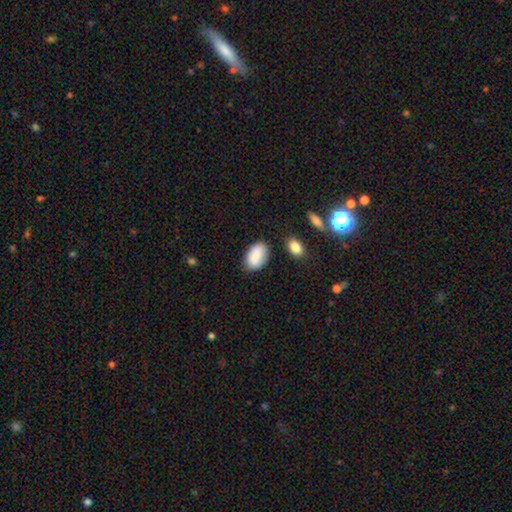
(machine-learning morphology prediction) Smooth or featured?
  - smooth: 86% *
  - star or artifact: 7%
  - featured or disk: 7%
How rounded?
  - in between: 91% *
  - round: 8%
  - cigar-shaped: 1%
Merging?
  - none: 73% *
  - minor disturbance: 19%
  - merger: 5%
  - major disturbance: 4%